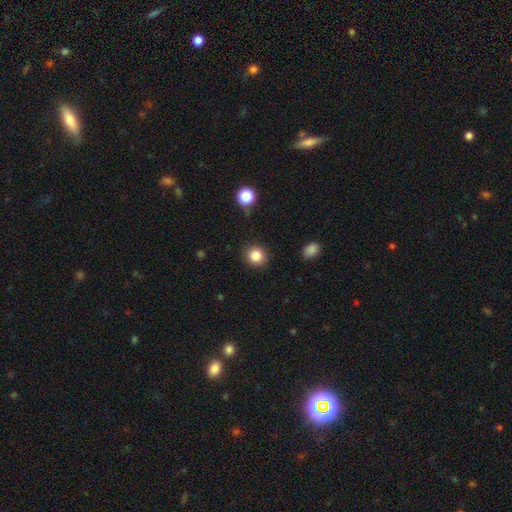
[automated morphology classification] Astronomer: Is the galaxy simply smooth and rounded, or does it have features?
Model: smooth — 84%.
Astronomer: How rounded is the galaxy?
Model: round — 87%.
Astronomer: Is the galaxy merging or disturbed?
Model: none — 89%.